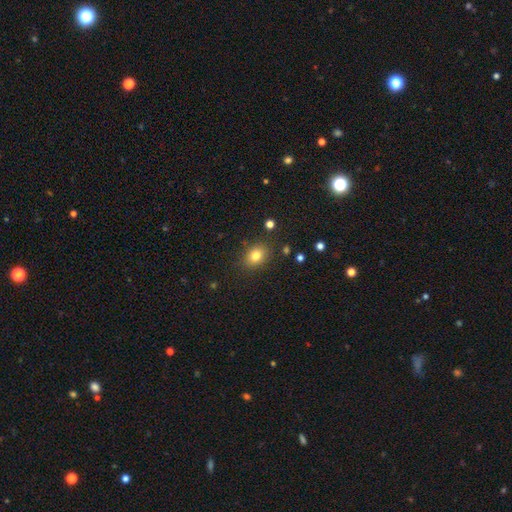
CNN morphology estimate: smooth_or_featured: smooth (p=0.80) [alt: star or artifact p=0.11]
how_rounded: in between (p=0.59) [alt: round p=0.40]
merging: none (p=0.85) [alt: minor disturbance p=0.10]